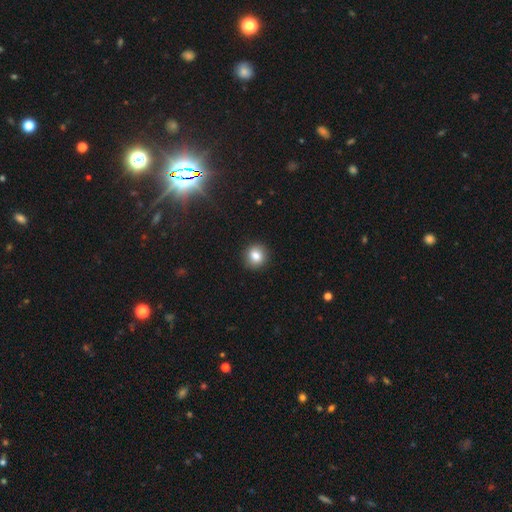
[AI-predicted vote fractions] smooth-or-featured: smooth: 81% | star or artifact: 10% | featured or disk: 9%
  how-rounded: round: 86% | in between: 13% | cigar-shaped: 1%
  merging: none: 89% | minor disturbance: 7% | major disturbance: 2% | merger: 1%